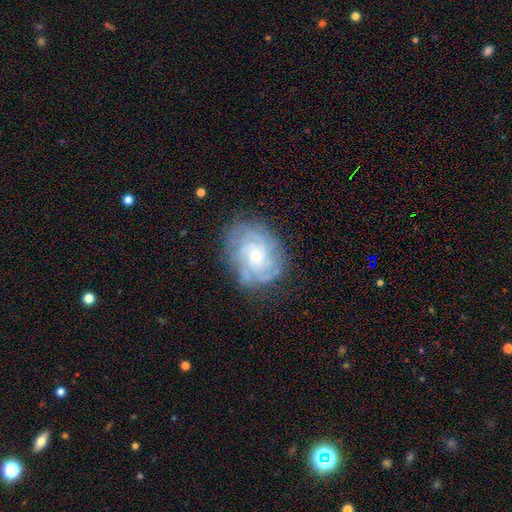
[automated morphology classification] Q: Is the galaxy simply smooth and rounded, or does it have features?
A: featured or disk — 79%.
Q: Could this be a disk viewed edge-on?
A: no — 97%.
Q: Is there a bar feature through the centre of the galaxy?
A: no — 76%.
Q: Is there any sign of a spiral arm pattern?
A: yes — 94%.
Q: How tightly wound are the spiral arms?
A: tight — 71%.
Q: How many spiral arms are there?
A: can't tell — 39%.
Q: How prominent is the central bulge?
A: small — 62%.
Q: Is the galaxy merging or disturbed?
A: none — 75%.